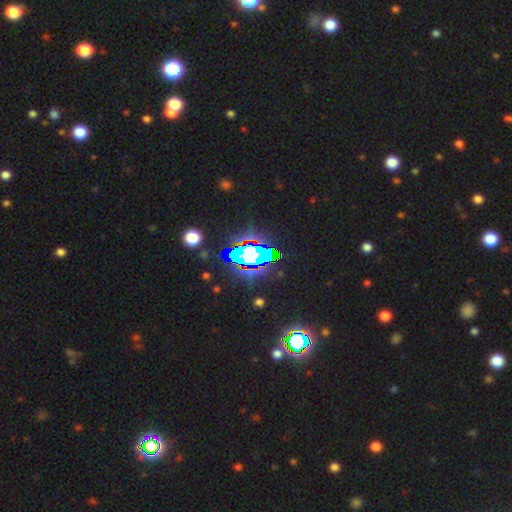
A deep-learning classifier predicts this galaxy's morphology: This appears to be a star or artifact, not a galaxy (83%).